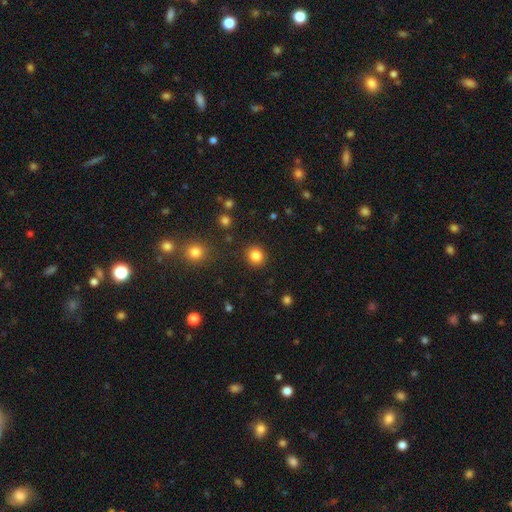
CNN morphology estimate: Smooth or featured? Predicted: smooth (p=0.84). How rounded? Predicted: round (p=0.87). Merging? Predicted: none (p=0.90).